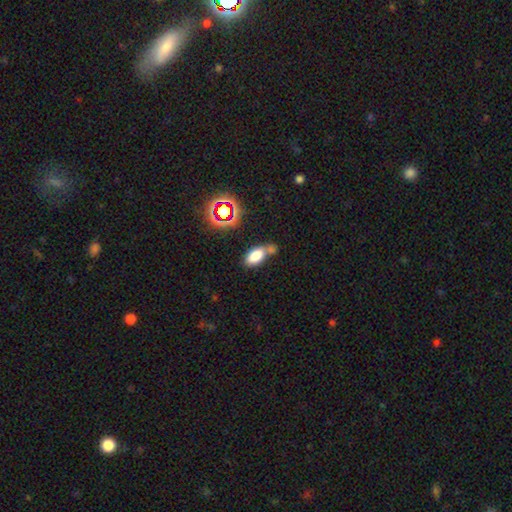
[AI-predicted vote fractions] The model was most divided on "merging": none: 43%, merger: 32%, minor disturbance: 18%, major disturbance: 7%. More confident: how rounded — in between (89%); smooth or featured — smooth (78%).